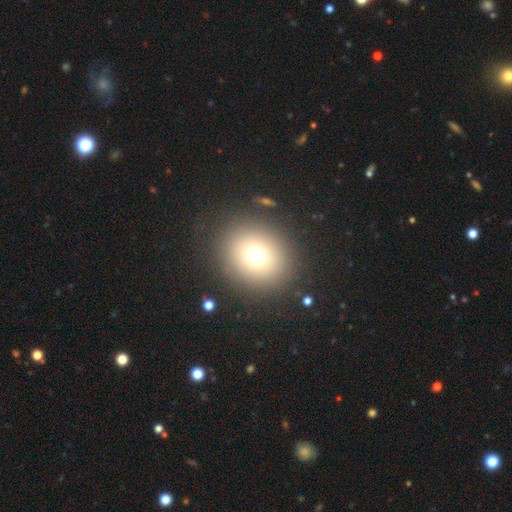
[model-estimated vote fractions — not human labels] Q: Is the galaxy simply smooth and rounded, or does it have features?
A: smooth — 71%.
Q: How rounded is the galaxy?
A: round — 81%.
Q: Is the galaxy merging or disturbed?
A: none — 87%.